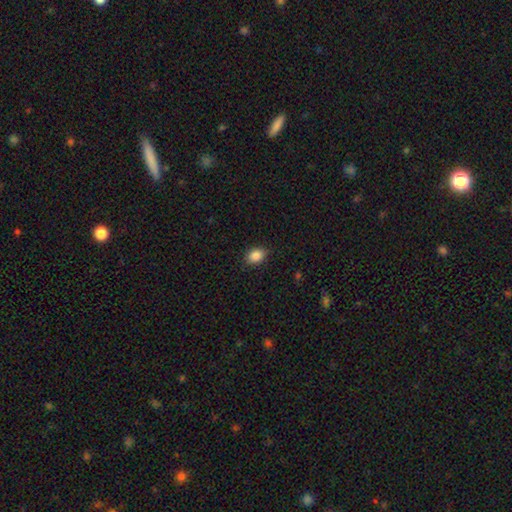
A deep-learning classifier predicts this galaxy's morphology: Smooth or featured?
  - smooth: 87% *
  - star or artifact: 9%
  - featured or disk: 4%
How rounded?
  - in between: 70% *
  - round: 29%
  - cigar-shaped: 1%
Merging?
  - none: 86% *
  - minor disturbance: 11%
  - major disturbance: 2%
  - merger: 1%